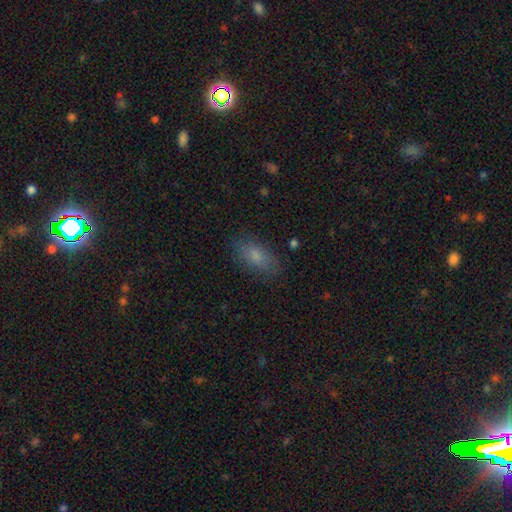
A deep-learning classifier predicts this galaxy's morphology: Smooth or featured: smooth — 80% (featured or disk — 11%)
How rounded: in between — 87% (cigar-shaped — 9%)
Merging: none — 81% (minor disturbance — 13%)